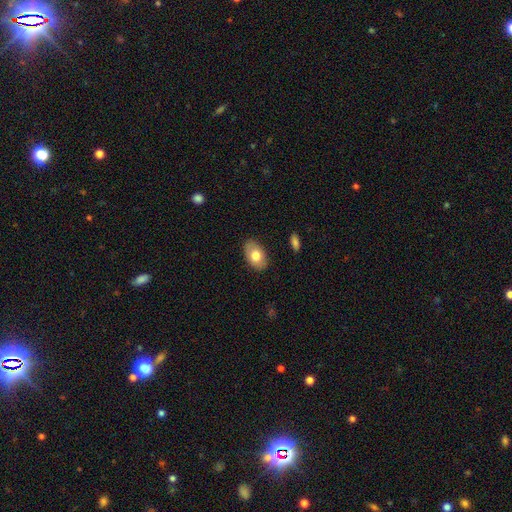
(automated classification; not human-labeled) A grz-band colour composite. It shows a smooth galaxy with no disk features (75%) that is in between round and cigar-shaped (91%). Merging: none (85%).